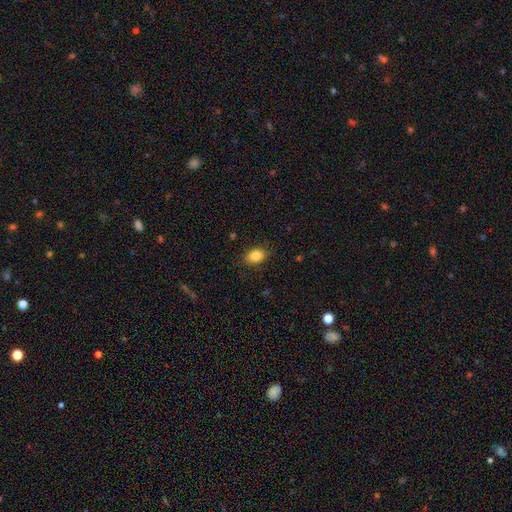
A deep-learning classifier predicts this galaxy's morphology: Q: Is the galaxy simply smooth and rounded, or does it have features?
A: smooth — 85%.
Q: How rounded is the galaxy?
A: in between — 84%.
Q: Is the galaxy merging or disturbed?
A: none — 85%.